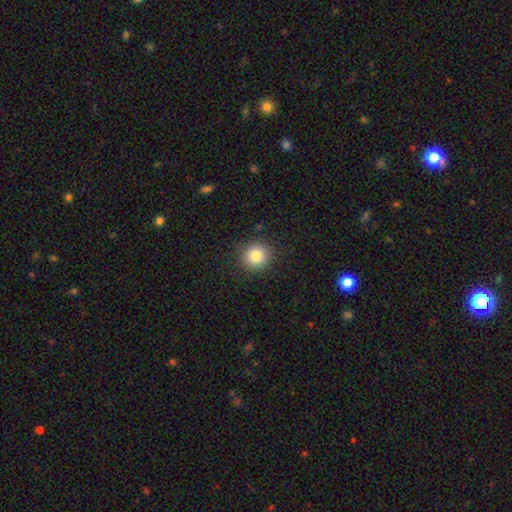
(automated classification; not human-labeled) Smooth or featured: smooth — 83% (star or artifact — 11%)
How rounded: round — 92% (in between — 7%)
Merging: none — 90% (minor disturbance — 7%)